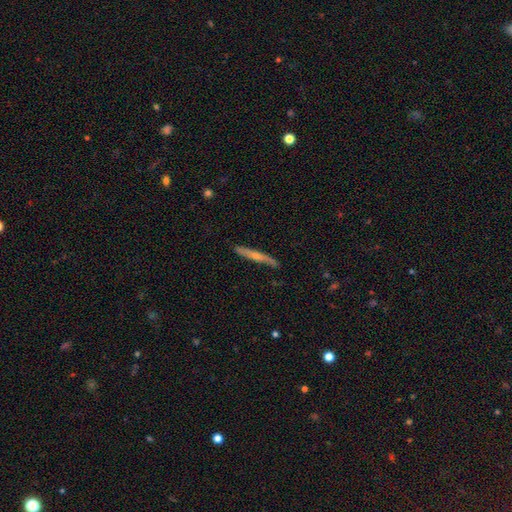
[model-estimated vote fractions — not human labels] smooth_or_featured: featured or disk (p=0.55) [alt: smooth p=0.39]
disk_edge_on: yes (p=0.93) [alt: no p=0.07]
edge_on_bulge: rounded (p=0.71) [alt: none p=0.24]
merging: none (p=0.82) [alt: minor disturbance p=0.14]